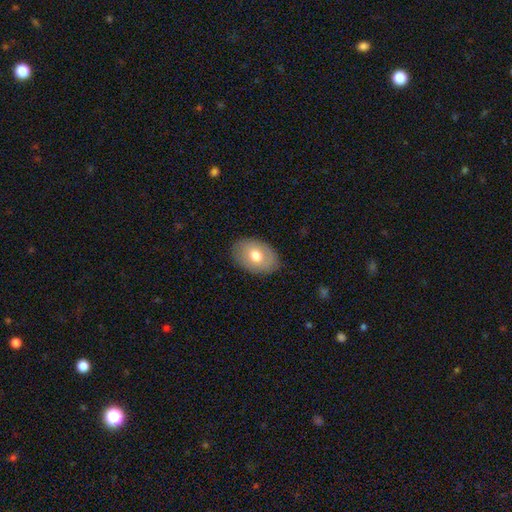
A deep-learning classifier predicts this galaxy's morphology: Smooth or featured?
  - smooth: 70% *
  - featured or disk: 22%
  - star or artifact: 7%
How rounded?
  - in between: 80% *
  - round: 19%
  - cigar-shaped: 1%
Merging?
  - none: 85% *
  - minor disturbance: 11%
  - major disturbance: 3%
  - merger: 1%